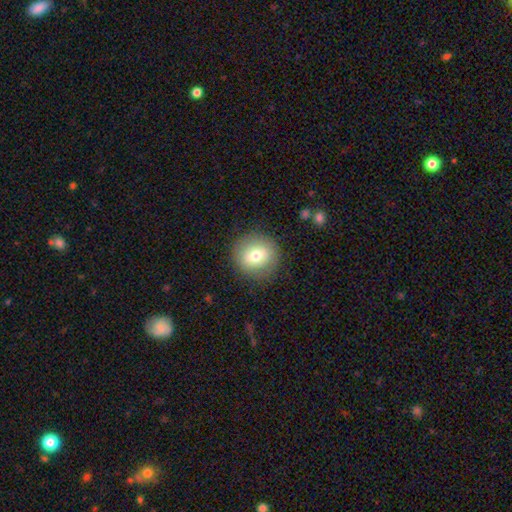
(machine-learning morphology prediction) Smooth or featured: smooth — 70% (featured or disk — 21%)
How rounded: round — 91% (in between — 8%)
Merging: none — 87% (minor disturbance — 9%)